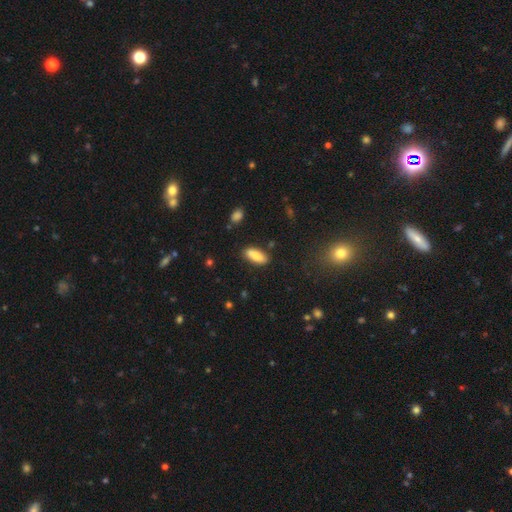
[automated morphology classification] Overall: smooth (81%). How rounded: in between (74%). Merging: none (84%).